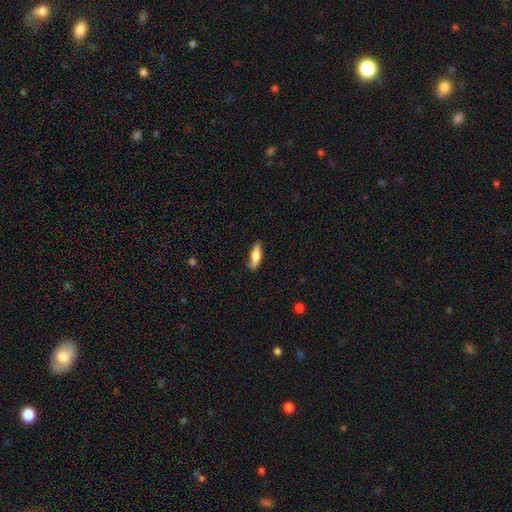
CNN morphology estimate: This is likely a smooth galaxy (62%). How rounded: possibly cigar-shaped (51%). Merging: likely none (76%).